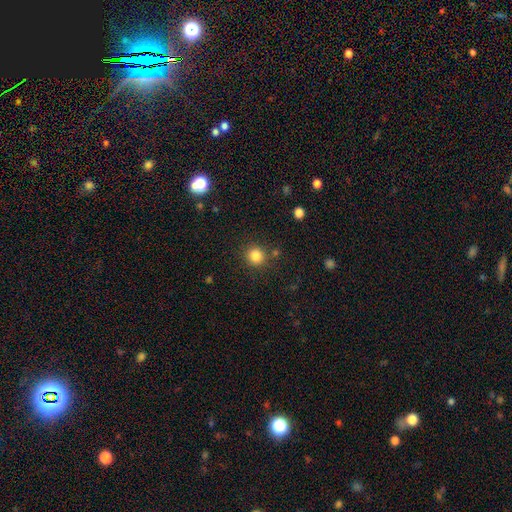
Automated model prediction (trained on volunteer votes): Smooth or featured?
  - smooth: 83% *
  - star or artifact: 12%
  - featured or disk: 5%
How rounded?
  - round: 91% *
  - in between: 8%
  - cigar-shaped: 1%
Merging?
  - none: 85% *
  - minor disturbance: 8%
  - merger: 4%
  - major disturbance: 3%